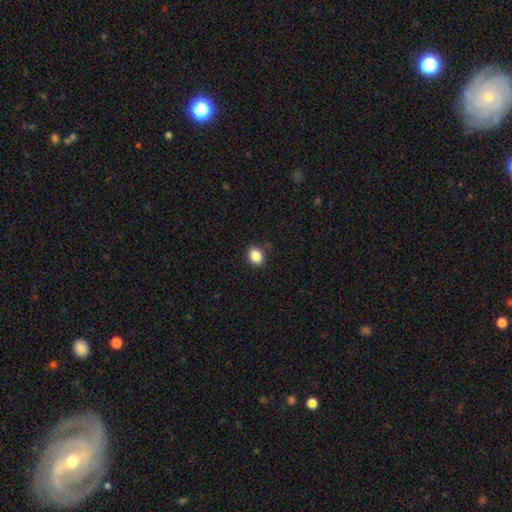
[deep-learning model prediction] The model was most divided on "how rounded": in between: 58%, round: 41%, cigar-shaped: 1%. More confident: smooth or featured — smooth (86%); merging — none (85%).